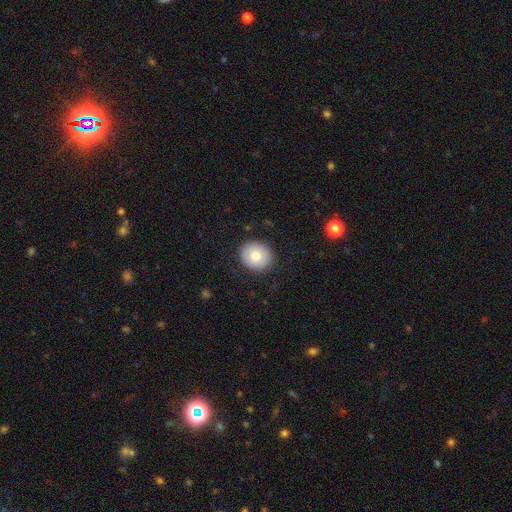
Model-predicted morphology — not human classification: A smooth galaxy with no disk features (77%) that is round (78%).

Vote fractions:
- Smooth or featured? smooth: 77% / featured or disk: 15% / star or artifact: 8%
- How rounded? round: 78% / in between: 21% / cigar-shaped: 1%
- Merging? none: 89% / minor disturbance: 8% / major disturbance: 2% / merger: 1%